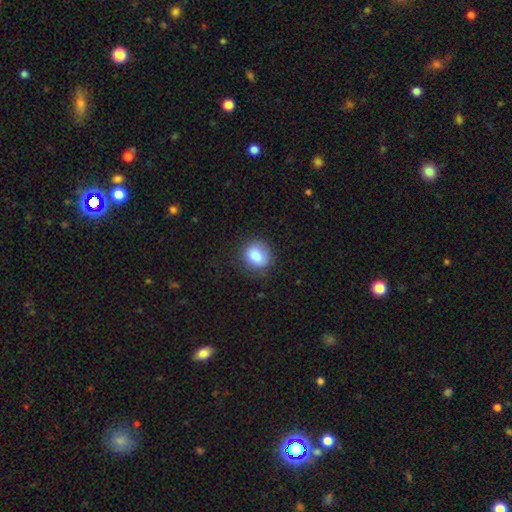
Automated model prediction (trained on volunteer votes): Overall: smooth (84%). How rounded: round (70%). Merging: none (78%).